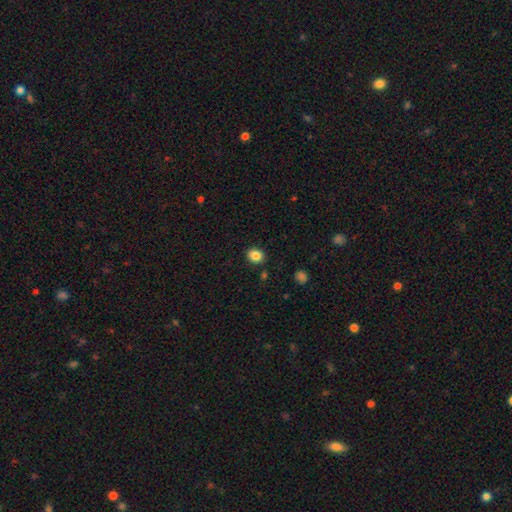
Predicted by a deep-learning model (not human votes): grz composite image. It shows a smooth galaxy with no disk features (85%) that is round (62%). Merging: none (88%).